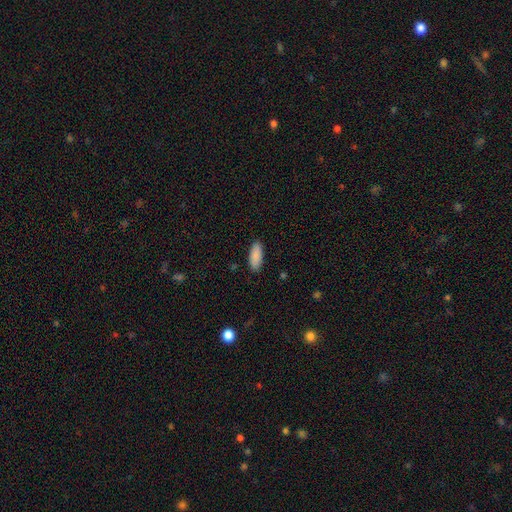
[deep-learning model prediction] Q: Smooth or featured?
A: smooth (89%); runner-up: star or artifact (6%)
Q: How rounded?
A: in between (76%); runner-up: cigar-shaped (22%)
Q: Merging?
A: none (88%); runner-up: minor disturbance (9%)